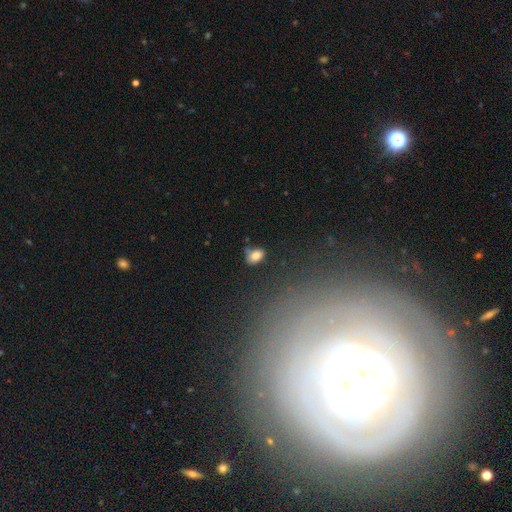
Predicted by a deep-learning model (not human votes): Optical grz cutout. It shows a smooth galaxy with no disk features (80%) that is in between round and cigar-shaped (87%). Merging: none (59%).